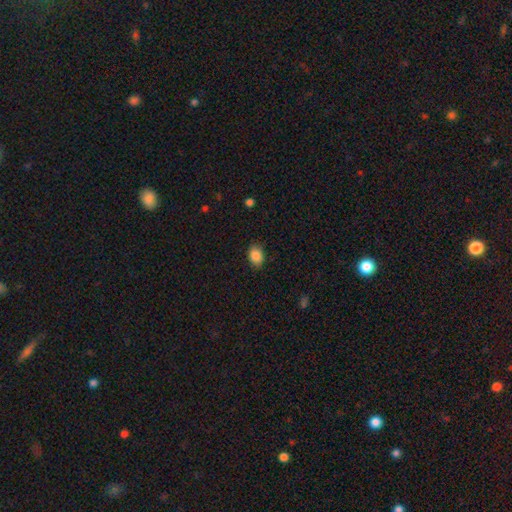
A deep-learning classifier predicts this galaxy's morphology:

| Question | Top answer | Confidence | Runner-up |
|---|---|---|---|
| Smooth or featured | smooth | 87% | star or artifact (9%) |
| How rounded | in between | 75% | round (24%) |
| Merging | none | 84% | minor disturbance (12%) |